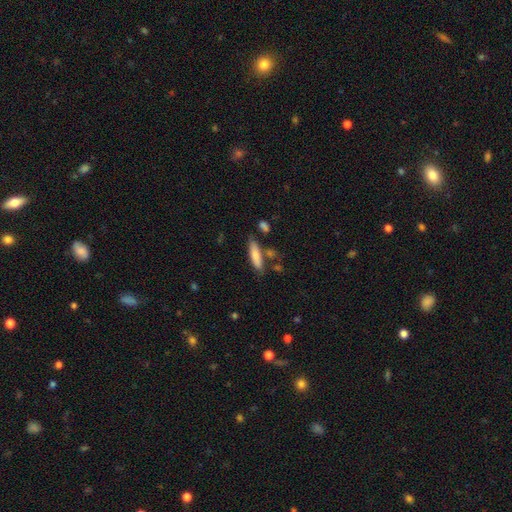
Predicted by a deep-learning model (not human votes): A smooth galaxy with no disk features (77%) that is cigar-shaped (70%).

Vote fractions:
- Smooth or featured? smooth: 77% / featured or disk: 16% / star or artifact: 6%
- How rounded? cigar-shaped: 70% / in between: 29% / round: 2%
- Merging? none: 72% / minor disturbance: 16% / merger: 8% / major disturbance: 4%